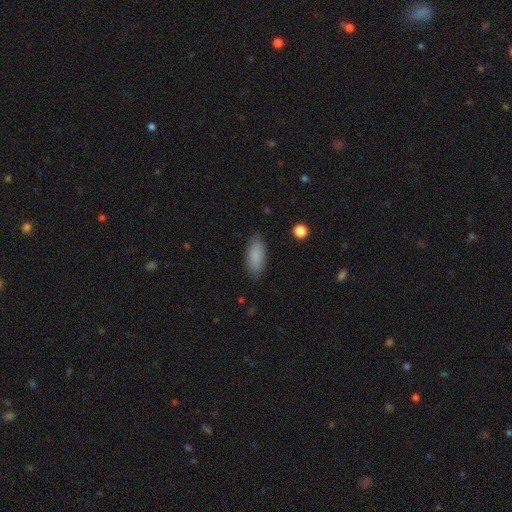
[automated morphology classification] This appears to be a smooth galaxy with no disk features (88%) that is in between round and cigar-shaped (83%). Merging: none (85%).